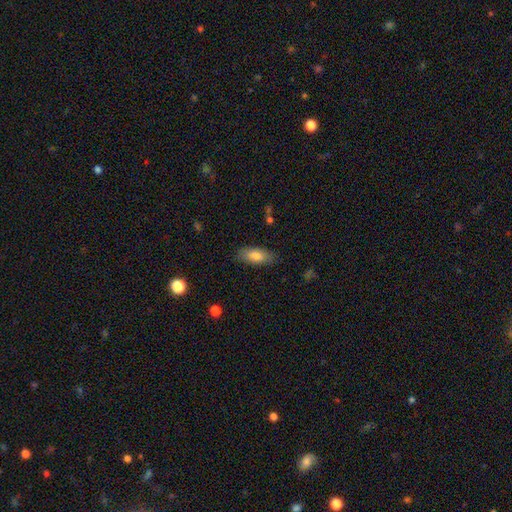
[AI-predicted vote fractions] Smooth or featured: smooth — 81% (featured or disk — 12%)
How rounded: in between — 81% (cigar-shaped — 16%)
Merging: none — 82% (minor disturbance — 14%)